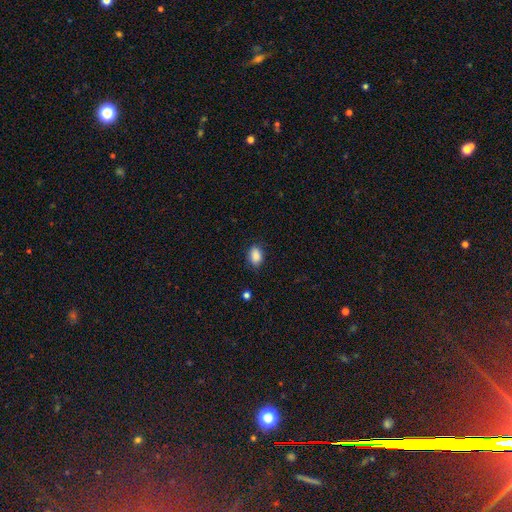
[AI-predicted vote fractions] The model was most divided on "merging": none: 79%, minor disturbance: 16%, major disturbance: 3%, merger: 1%. More confident: smooth or featured — smooth (88%); how rounded — in between (81%).